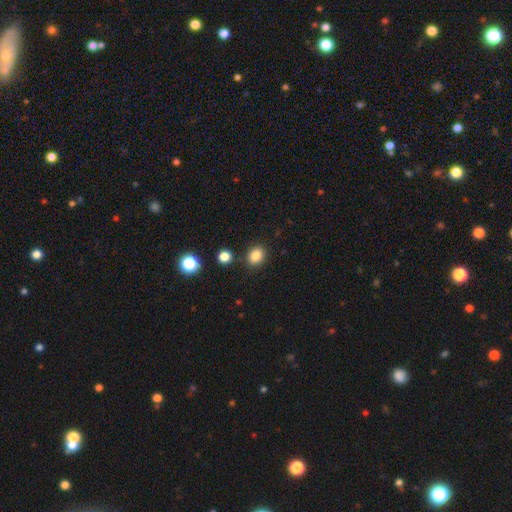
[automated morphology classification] A smooth galaxy with no disk features (84%) that is round (56%).

Vote fractions:
- Smooth or featured? smooth: 84% / star or artifact: 11% / featured or disk: 5%
- How rounded? round: 56% / in between: 43% / cigar-shaped: 1%
- Merging? none: 84% / minor disturbance: 9% / merger: 4% / major disturbance: 3%